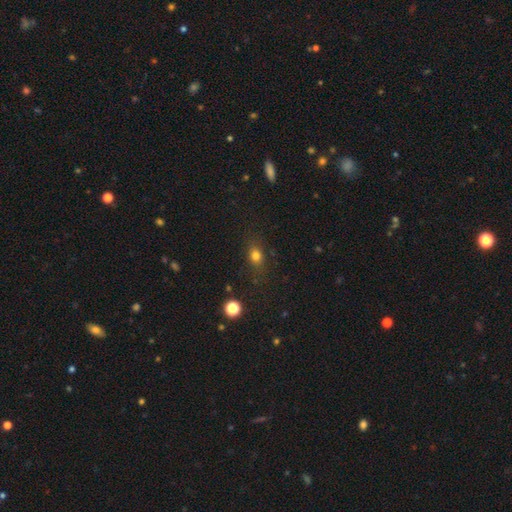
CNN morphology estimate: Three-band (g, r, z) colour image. It shows a smooth galaxy with no disk features (78%) that is in between round and cigar-shaped (53%). Merging: none (78%).